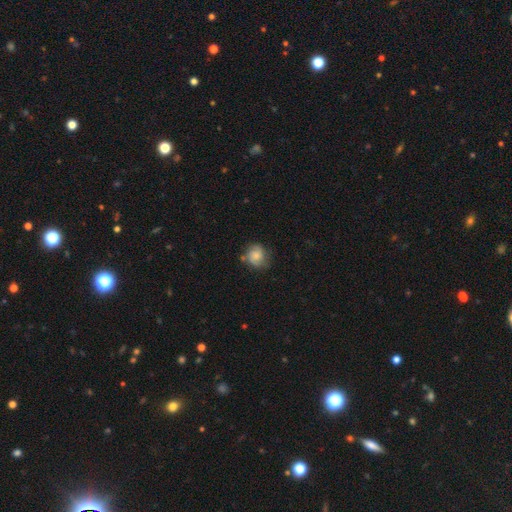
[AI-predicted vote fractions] Smooth or featured? smooth (70%)
How rounded? round (79%)
Merging? none (62%)